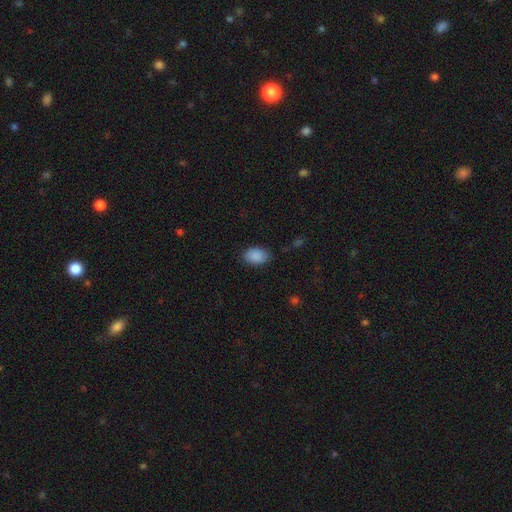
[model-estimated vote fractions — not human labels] This is clearly a smooth galaxy (89%). How rounded: clearly in between (87%). Merging: clearly none (83%).